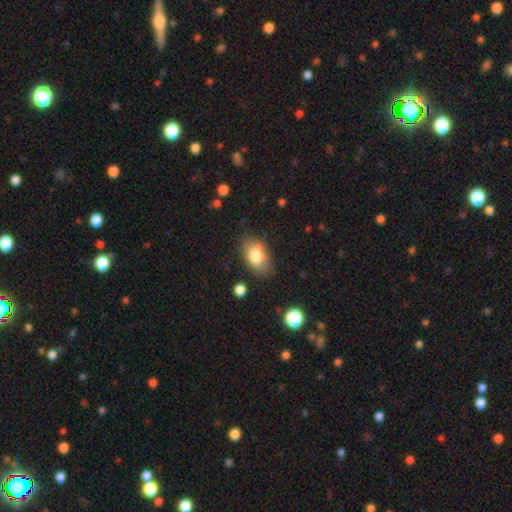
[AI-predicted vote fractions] Smooth or featured? smooth (80%)
How rounded? in between (89%)
Merging? none (75%)